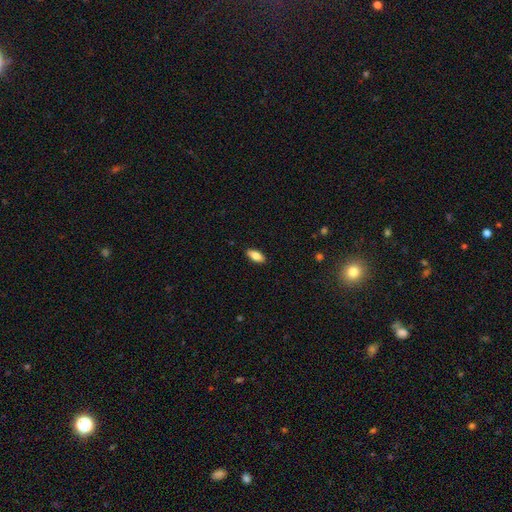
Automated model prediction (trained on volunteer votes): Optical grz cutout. It shows a smooth galaxy with no disk features (79%) that is in between round and cigar-shaped (85%). Merging: none (89%).